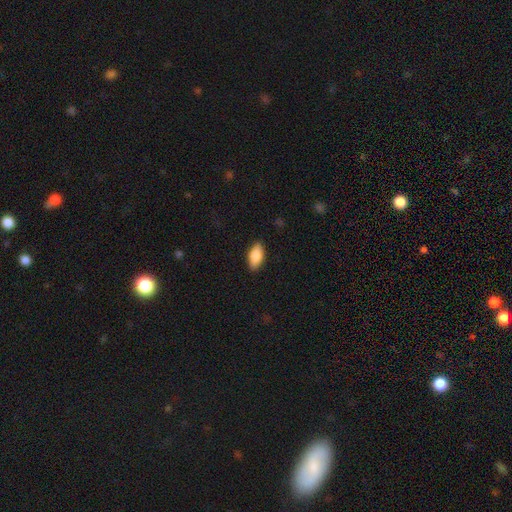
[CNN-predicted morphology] A smooth galaxy with no disk features (84%) that is in between round and cigar-shaped (90%).

Vote fractions:
- Smooth or featured? smooth: 84% / featured or disk: 10% / star or artifact: 6%
- How rounded? in between: 90% / cigar-shaped: 7% / round: 3%
- Merging? none: 88% / minor disturbance: 9% / major disturbance: 2% / merger: 1%